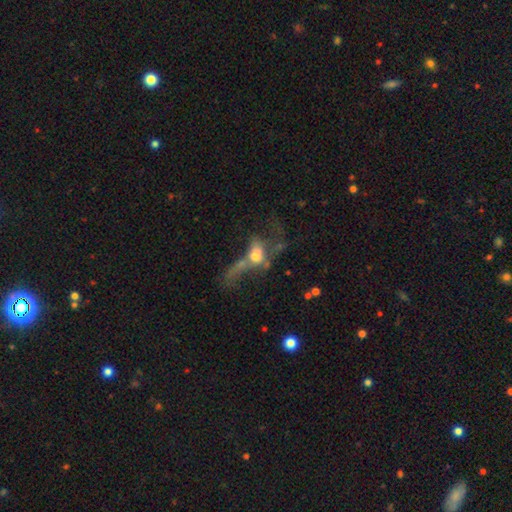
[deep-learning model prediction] This appears to be a featured or disk galaxy (48%). Merging: major disturbance (48%).